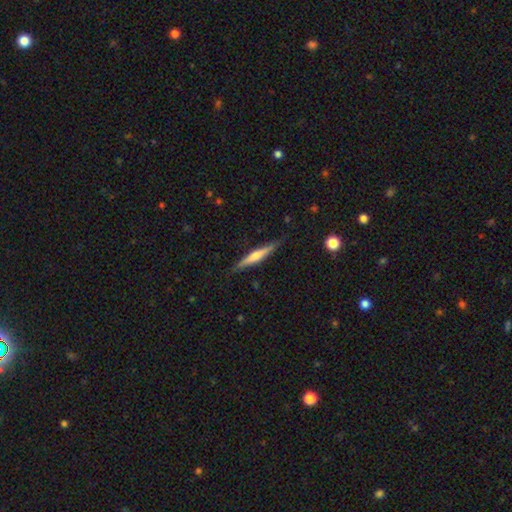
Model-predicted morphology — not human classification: A featured or disk galaxy (52%) viewed edge-on (96%) with a rounded central bulge (60%). Merging: none (86%).